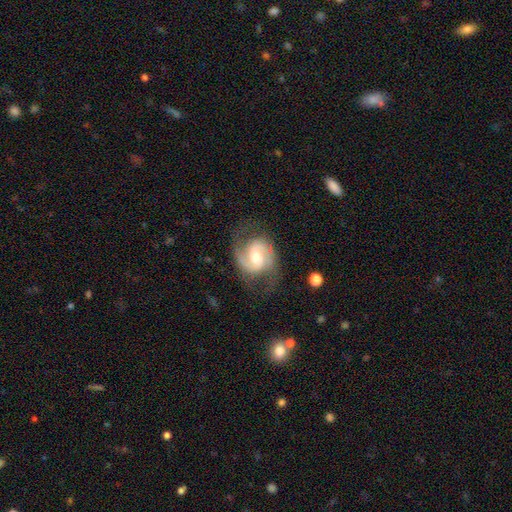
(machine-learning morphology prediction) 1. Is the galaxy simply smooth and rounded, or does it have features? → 87% featured or disk, 9% smooth, 5% star or artifact.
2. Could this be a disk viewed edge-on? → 98% no, 2% yes.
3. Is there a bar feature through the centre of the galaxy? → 51% weak, 35% no, 15% strong.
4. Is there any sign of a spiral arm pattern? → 97% yes, 3% no.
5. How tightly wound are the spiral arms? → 56% medium, 23% tight, 21% loose.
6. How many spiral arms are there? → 90% 2, 4% can't tell, 2% 1, 2% 3, 1% 4, 1% more than 4.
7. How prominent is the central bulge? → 64% moderate, 24% small, 9% large, 2% none, 1% dominant.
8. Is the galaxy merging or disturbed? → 68% none, 19% minor disturbance, 11% major disturbance, 1% merger.